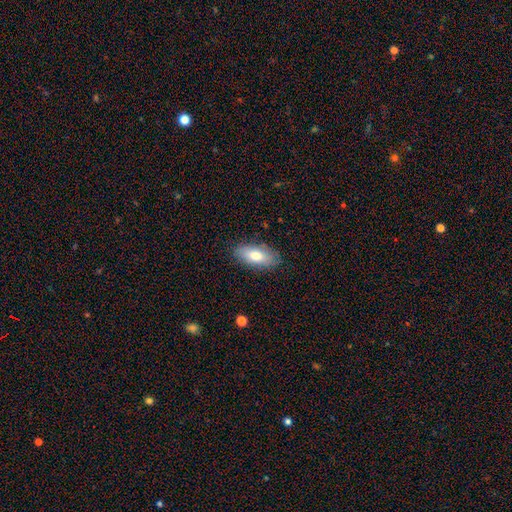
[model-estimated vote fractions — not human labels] Overall: smooth (75%). How rounded: in between (87%). Merging: none (85%).